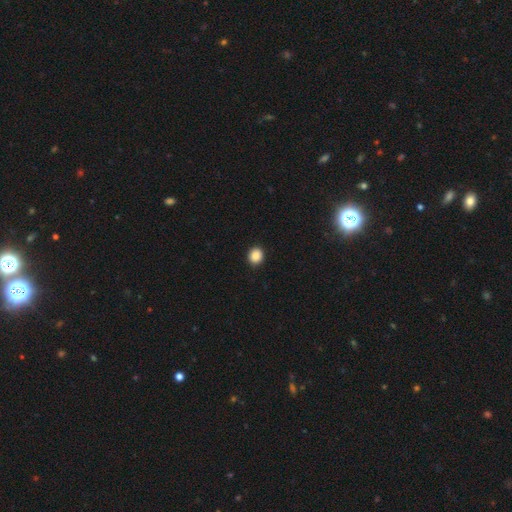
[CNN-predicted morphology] The model was most divided on "how rounded": round: 81%, in between: 18%, cigar-shaped: 1%. More confident: merging — none (93%); smooth or featured — smooth (87%).